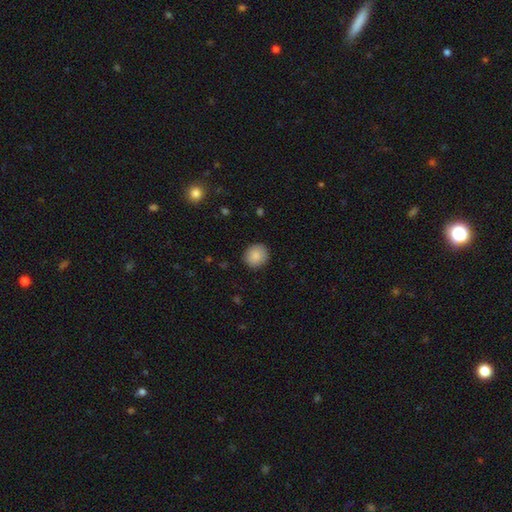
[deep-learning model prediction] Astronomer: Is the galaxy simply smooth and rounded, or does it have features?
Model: smooth — 87%.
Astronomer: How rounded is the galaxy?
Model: round — 84%.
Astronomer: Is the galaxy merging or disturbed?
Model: none — 88%.